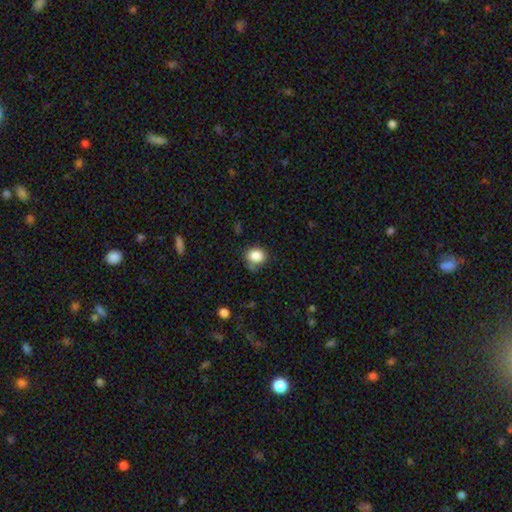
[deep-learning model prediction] Smooth or featured: smooth — 86% (star or artifact — 10%)
How rounded: round — 68% (in between — 32%)
Merging: none — 72% (minor disturbance — 18%)